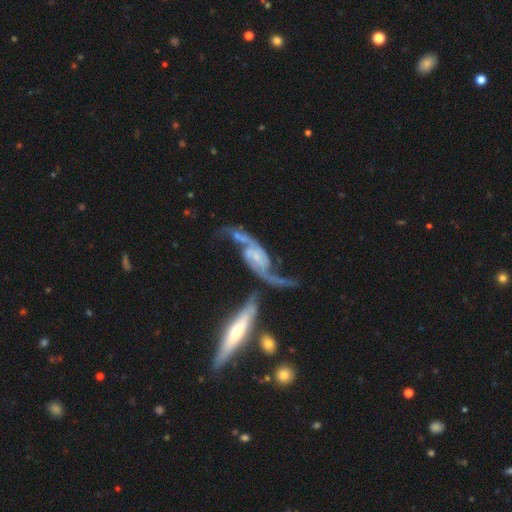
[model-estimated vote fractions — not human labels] The model was most divided on "bar": no: 49%, weak: 35%, strong: 16%. Remaining: spiral arms — yes (96%); spiral arm count — 2 (93%); edge-on disk — no (90%); smooth or featured — featured or disk (90%); spiral winding — loose (75%); bulge size — small (55%); merging — none (43%).